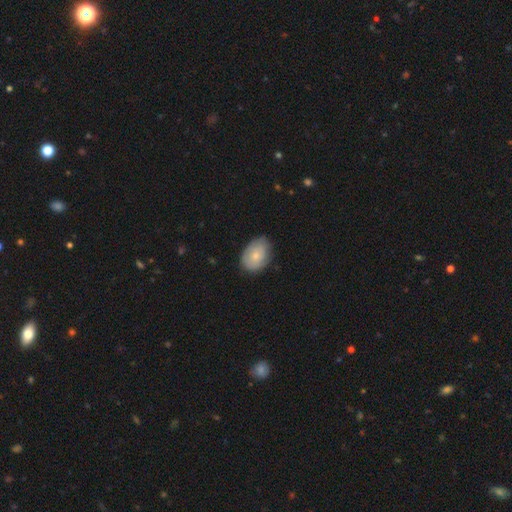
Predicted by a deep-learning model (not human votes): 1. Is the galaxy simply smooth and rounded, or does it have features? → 72% smooth, 22% featured or disk, 7% star or artifact.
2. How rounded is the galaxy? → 79% in between, 20% round, 1% cigar-shaped.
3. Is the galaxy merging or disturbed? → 74% none, 21% minor disturbance, 4% major disturbance, 1% merger.